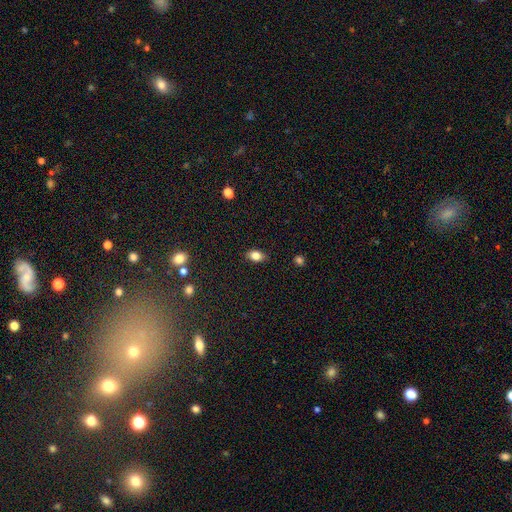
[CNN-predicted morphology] smooth_or_featured: smooth (p=0.80) [alt: star or artifact p=0.10]
how_rounded: in between (p=0.83) [alt: round p=0.14]
merging: none (p=0.85) [alt: minor disturbance p=0.11]